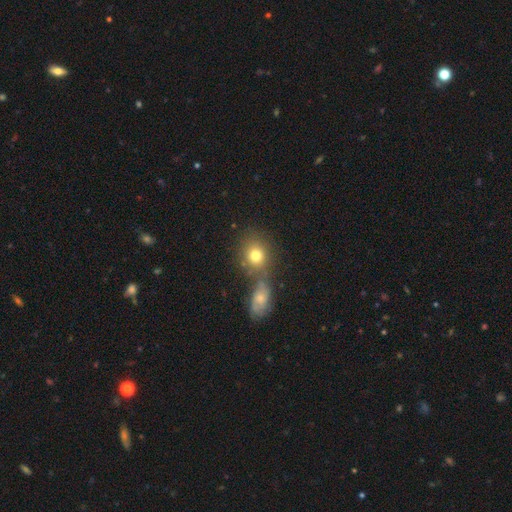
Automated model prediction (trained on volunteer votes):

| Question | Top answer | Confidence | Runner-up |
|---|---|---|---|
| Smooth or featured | smooth | 76% | featured or disk (13%) |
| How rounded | round | 69% | in between (30%) |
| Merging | none | 54% | merger (31%) |